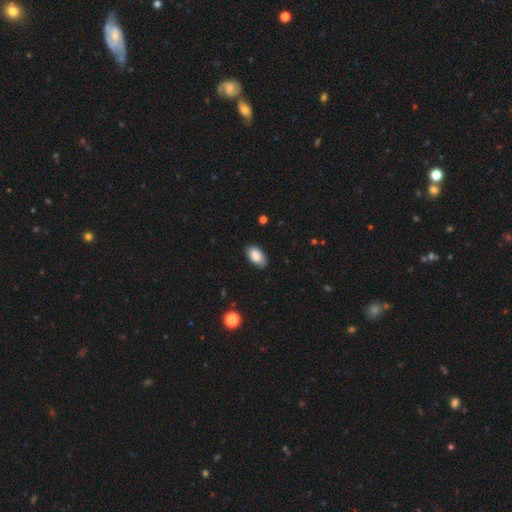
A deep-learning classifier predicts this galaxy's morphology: smooth_or_featured: smooth (p=0.84) [alt: featured or disk p=0.09]
how_rounded: in between (p=0.94) [alt: round p=0.04]
merging: none (p=0.79) [alt: minor disturbance p=0.16]